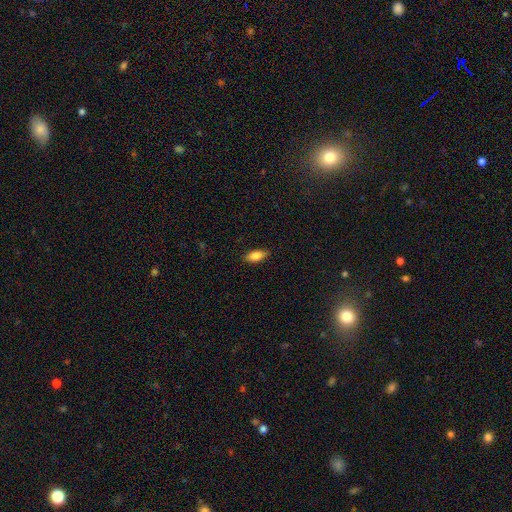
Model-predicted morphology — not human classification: This is clearly a smooth galaxy (84%). How rounded: clearly in between (86%). Merging: clearly none (87%).